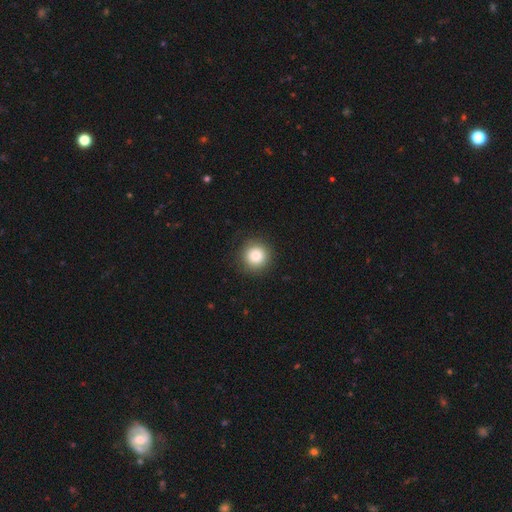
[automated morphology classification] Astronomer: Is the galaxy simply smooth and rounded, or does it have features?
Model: smooth — 83%.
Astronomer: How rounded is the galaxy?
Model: round — 95%.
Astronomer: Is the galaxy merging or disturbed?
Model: none — 91%.